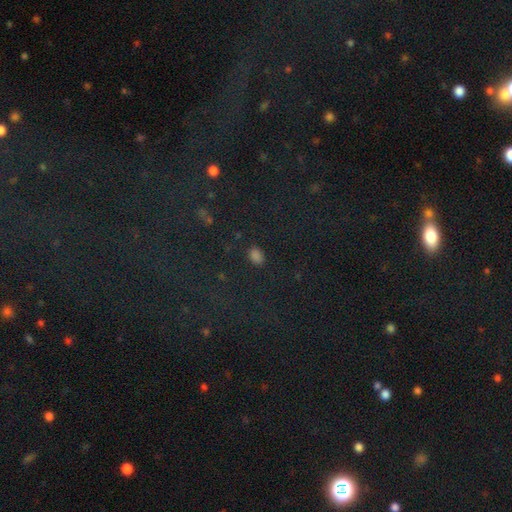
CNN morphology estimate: Smooth or featured: smooth — 64% (star or artifact — 30%)
How rounded: in between — 75% (round — 23%)
Merging: none — 84% (minor disturbance — 10%)